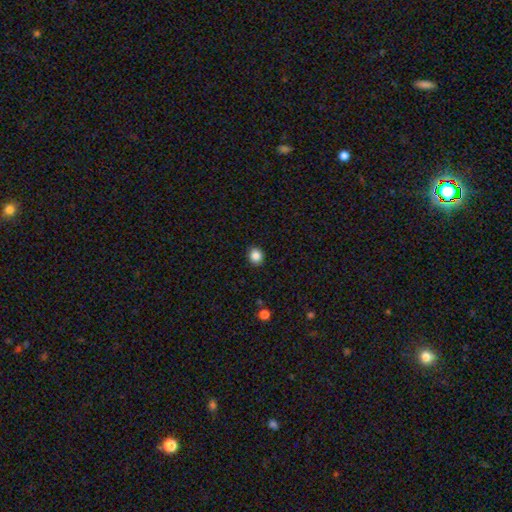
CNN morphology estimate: Overall: smooth (87%). How rounded: round (79%). Merging: none (91%).